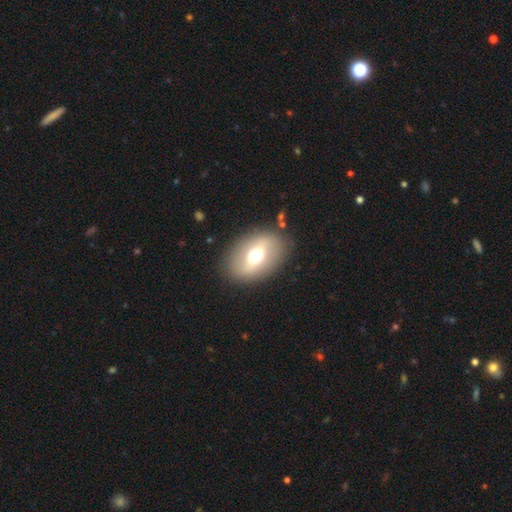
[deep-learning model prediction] A smooth galaxy with no disk features (51%) that is in between round and cigar-shaped (77%). Merging: none (84%).